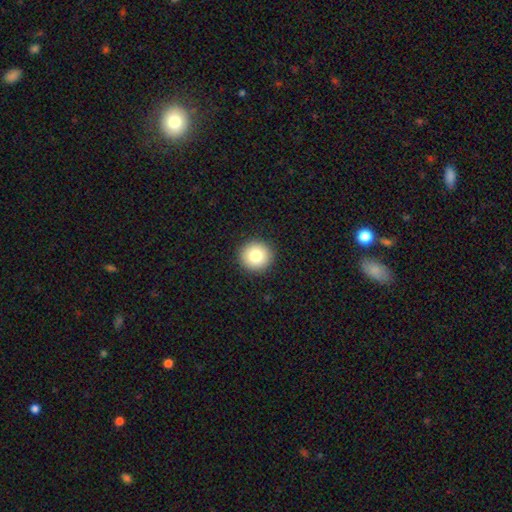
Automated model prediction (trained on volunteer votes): Smooth or featured? Predicted: smooth (p=0.79). How rounded? Predicted: round (p=0.95). Merging? Predicted: none (p=0.93).